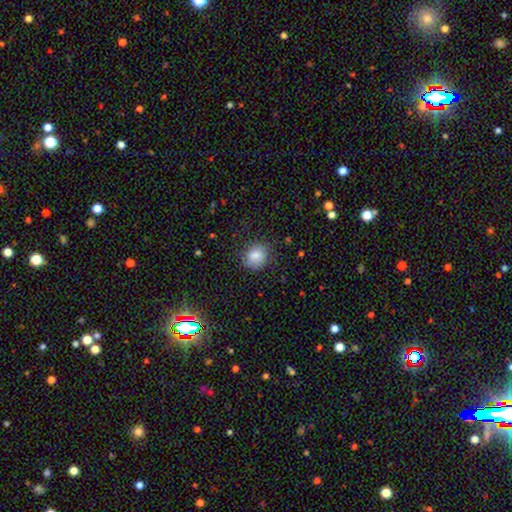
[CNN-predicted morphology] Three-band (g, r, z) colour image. It shows a smooth galaxy with no disk features (80%) that is round (70%). Merging: none (73%).